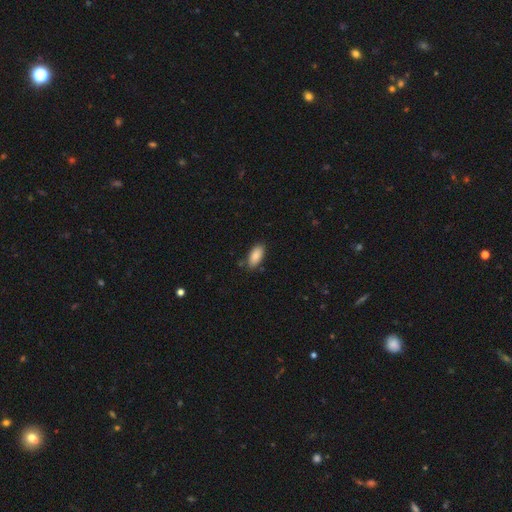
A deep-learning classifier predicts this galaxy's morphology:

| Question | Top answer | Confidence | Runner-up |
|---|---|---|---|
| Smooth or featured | smooth | 88% | star or artifact (7%) |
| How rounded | in between | 91% | cigar-shaped (7%) |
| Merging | none | 81% | minor disturbance (14%) |